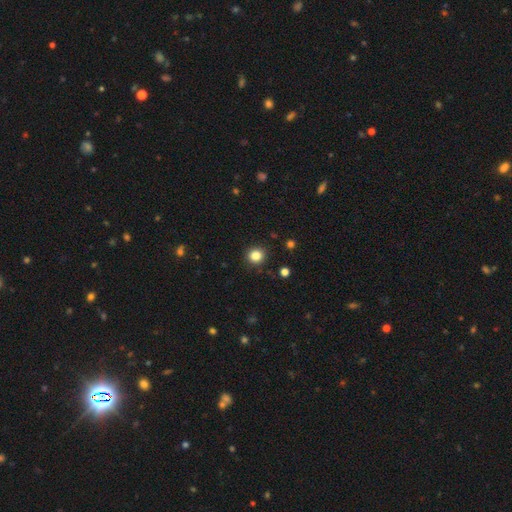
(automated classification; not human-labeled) Overall: smooth (84%). How rounded: round (87%). Merging: none (91%).